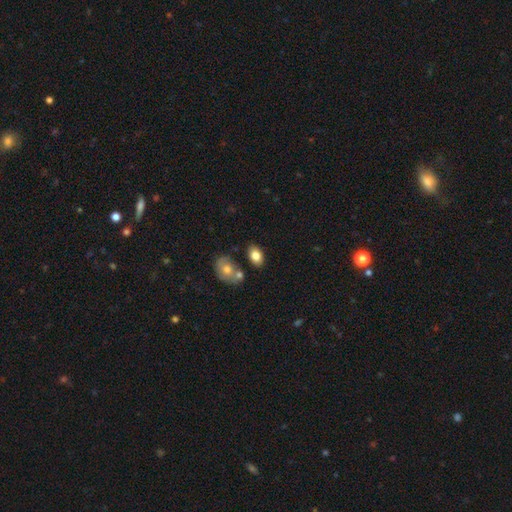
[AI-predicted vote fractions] This appears to be a smooth galaxy with no disk features (80%) that is in between round and cigar-shaped (86%). Merging: none (72%).